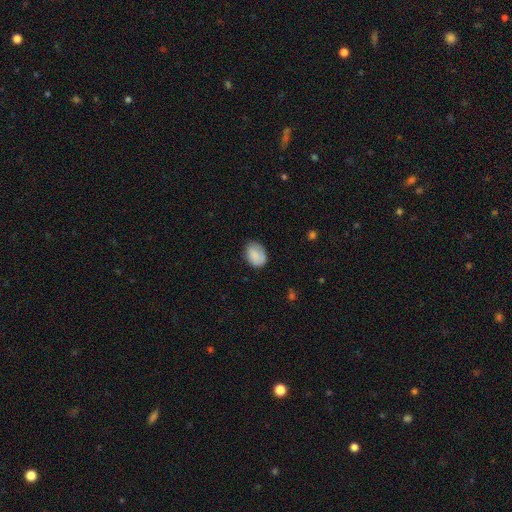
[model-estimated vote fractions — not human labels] Smooth or featured? smooth (84%)
How rounded? in between (72%)
Merging? none (73%)